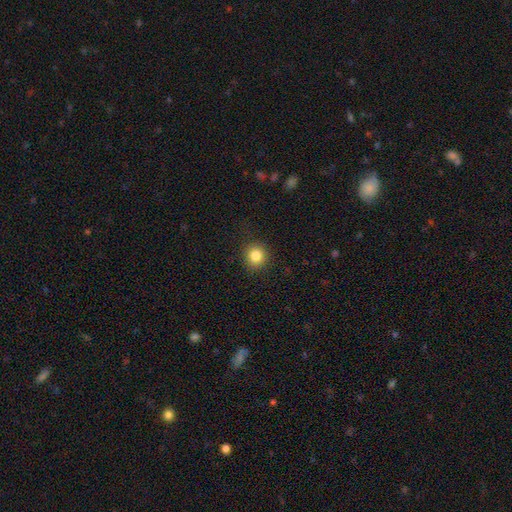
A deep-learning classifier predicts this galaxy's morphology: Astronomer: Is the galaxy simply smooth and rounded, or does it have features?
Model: smooth — 84%.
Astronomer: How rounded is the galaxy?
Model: round — 87%.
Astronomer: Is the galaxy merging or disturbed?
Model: none — 90%.